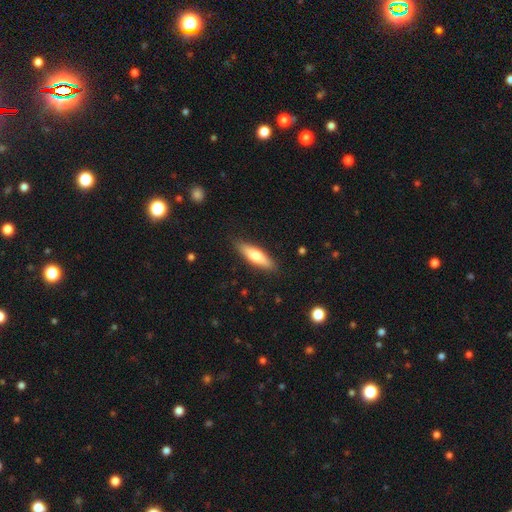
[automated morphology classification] This appears to be a smooth galaxy with no disk features (62%) that is cigar-shaped (63%). Merging: none (87%).